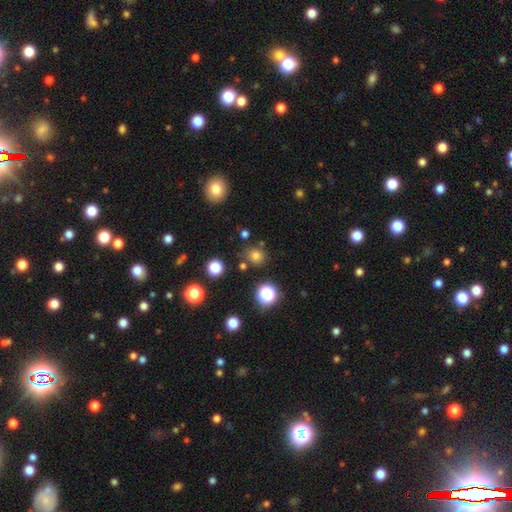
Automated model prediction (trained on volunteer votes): Q: Smooth or featured?
A: smooth (73%); runner-up: star or artifact (20%)
Q: How rounded?
A: round (87%); runner-up: in between (12%)
Q: Merging?
A: none (78%); runner-up: minor disturbance (11%)